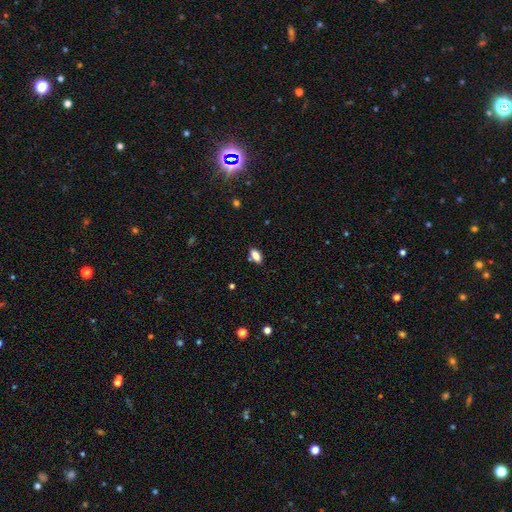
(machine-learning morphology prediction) smooth 82%, star or artifact 10%, featured or disk 8%. Down the decision tree: how rounded — in between (86%); merging — none (78%).